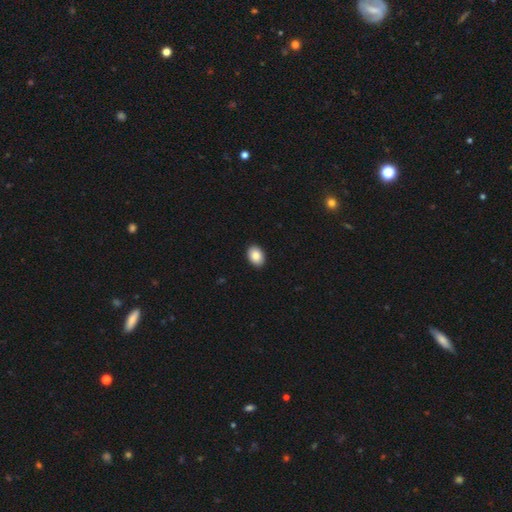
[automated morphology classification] Smooth or featured? Predicted: smooth (p=0.88). How rounded? Predicted: in between (p=0.79). Merging? Predicted: none (p=0.92).